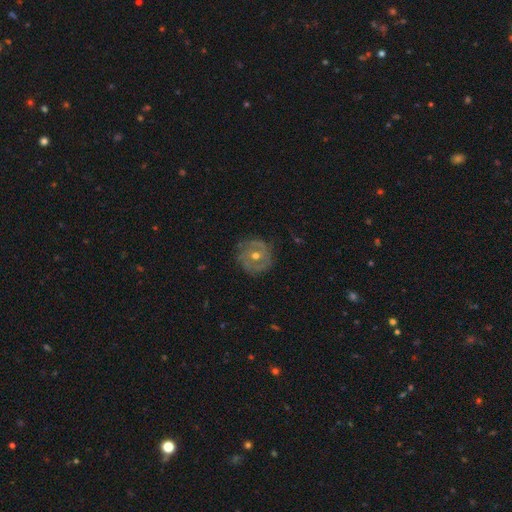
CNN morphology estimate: A featured or disk galaxy (73%) with no bar (72%), tight (63%) spiral arms (76%) and a moderate central bulge (66%).

Vote fractions:
- Smooth or featured? featured or disk: 73% / smooth: 18% / star or artifact: 9%
- Edge-on disk? no: 97% / yes: 3%
- Bar? no: 72% / weak: 22% / strong: 6%
- Spiral arms? yes: 76% / no: 24%
- Spiral winding? tight: 63% / medium: 28% / loose: 9%
- Spiral arm count? can't tell: 39% / 2: 31% / 3: 15% / 1: 5% / 4: 5% / more than 4: 4%
- Bulge size? moderate: 66% / small: 30% / large: 2% / none: 1% / dominant: 1%
- Merging? none: 80% / minor disturbance: 14% / major disturbance: 5% / merger: 1%